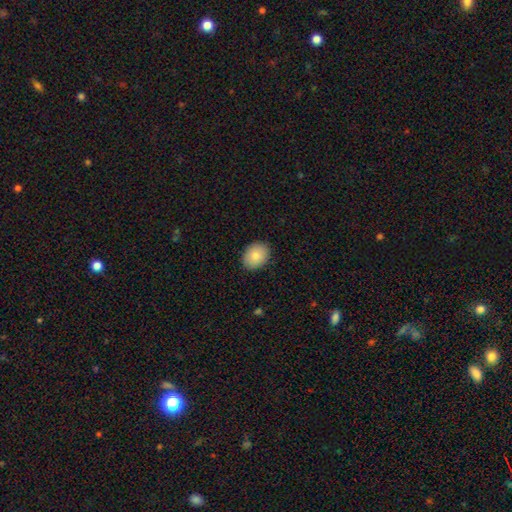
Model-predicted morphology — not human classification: smooth-or-featured: smooth: 84% | featured or disk: 8% | star or artifact: 7%
  how-rounded: in between: 63% | round: 36% | cigar-shaped: 1%
  merging: none: 89% | minor disturbance: 8% | major disturbance: 2% | merger: 1%